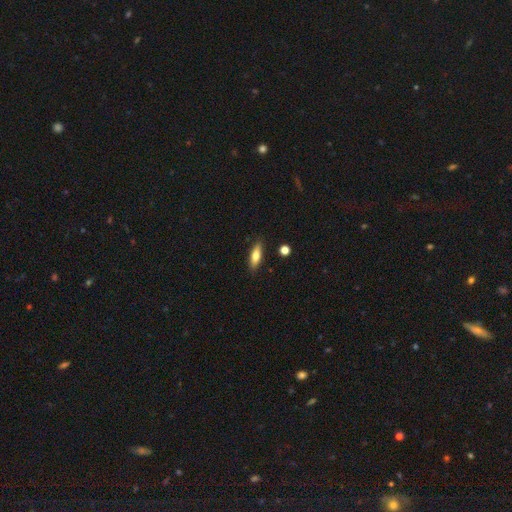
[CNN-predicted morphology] Smooth or featured?
  - smooth: 74% *
  - featured or disk: 19%
  - star or artifact: 7%
How rounded?
  - in between: 57% *
  - cigar-shaped: 41%
  - round: 2%
Merging?
  - none: 87% *
  - minor disturbance: 10%
  - major disturbance: 2%
  - merger: 2%